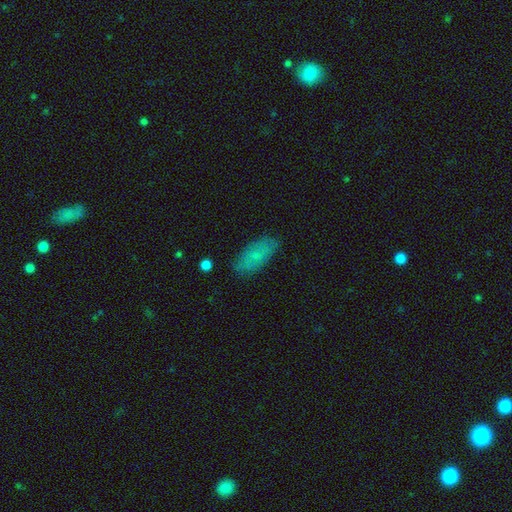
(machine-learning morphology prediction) smooth_or_featured: smooth (p=0.74) [alt: featured or disk p=0.18]
how_rounded: in between (p=0.85) [alt: cigar-shaped p=0.12]
merging: none (p=0.82) [alt: minor disturbance p=0.14]